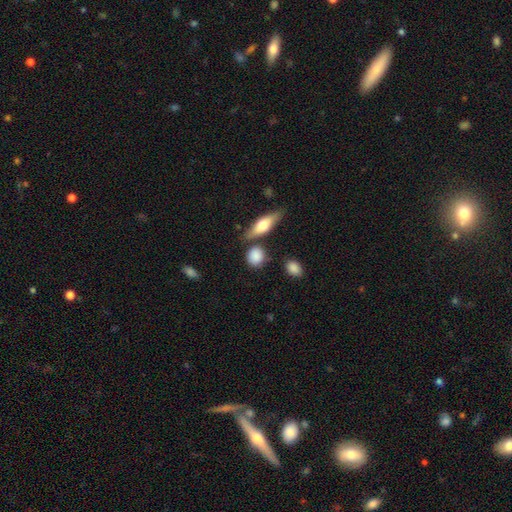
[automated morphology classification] Overall: smooth (82%). How rounded: round (72%). Merging: none (73%).